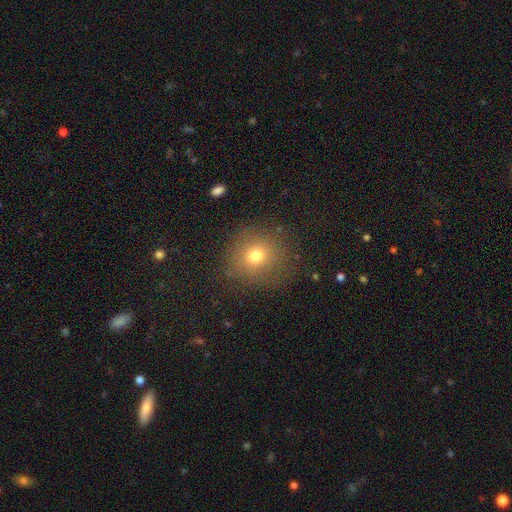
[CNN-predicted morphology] smooth-or-featured: smooth: 73% | star or artifact: 16% | featured or disk: 11%
  how-rounded: round: 84% | in between: 15% | cigar-shaped: 1%
  merging: none: 84% | minor disturbance: 10% | major disturbance: 5% | merger: 1%